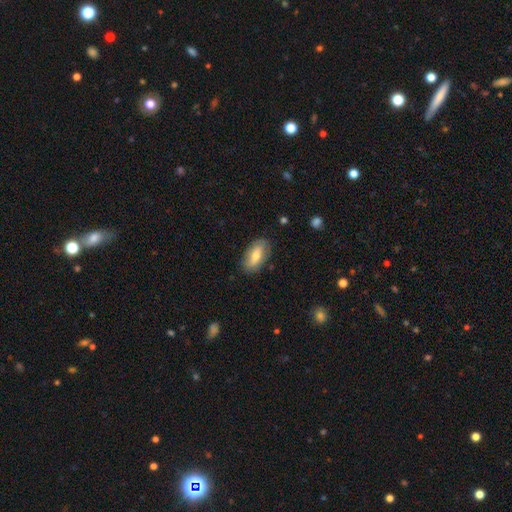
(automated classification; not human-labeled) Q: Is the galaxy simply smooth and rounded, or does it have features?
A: smooth — 62%.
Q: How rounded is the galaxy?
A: in between — 90%.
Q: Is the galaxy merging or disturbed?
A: none — 82%.